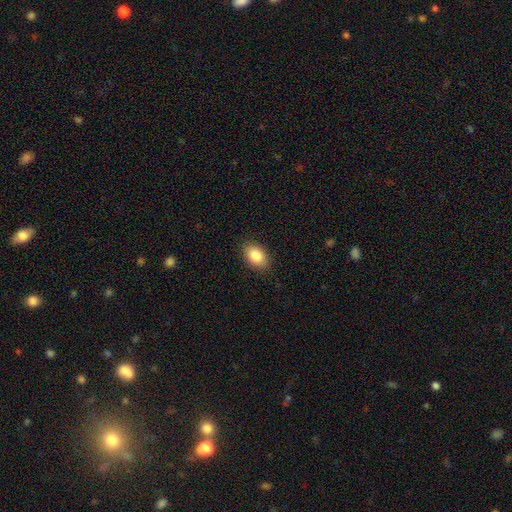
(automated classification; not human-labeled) Smooth or featured?
  - smooth: 85% *
  - star or artifact: 8%
  - featured or disk: 7%
How rounded?
  - in between: 86% *
  - round: 13%
  - cigar-shaped: 1%
Merging?
  - none: 88% *
  - minor disturbance: 9%
  - major disturbance: 2%
  - merger: 1%